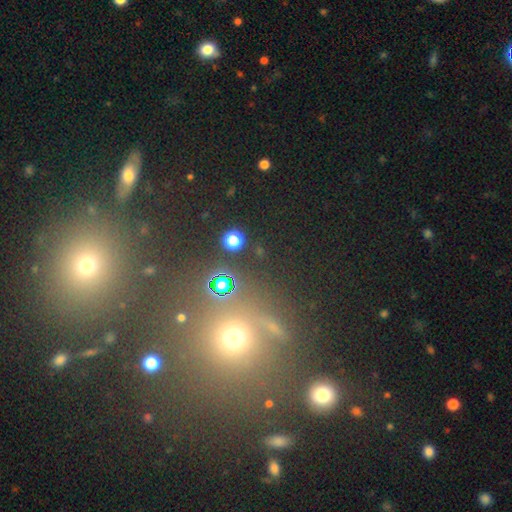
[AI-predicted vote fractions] Smooth or featured?
  - star or artifact: 54% *
  - smooth: 34%
  - featured or disk: 12%